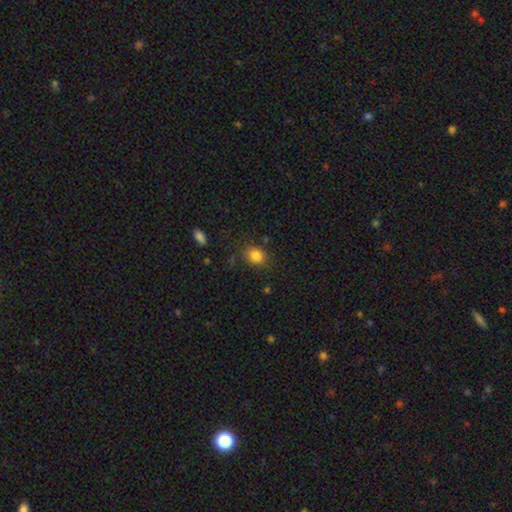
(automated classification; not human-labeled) Overall: smooth (83%). How rounded: round (52%; in between 47%). Merging: none (80%).